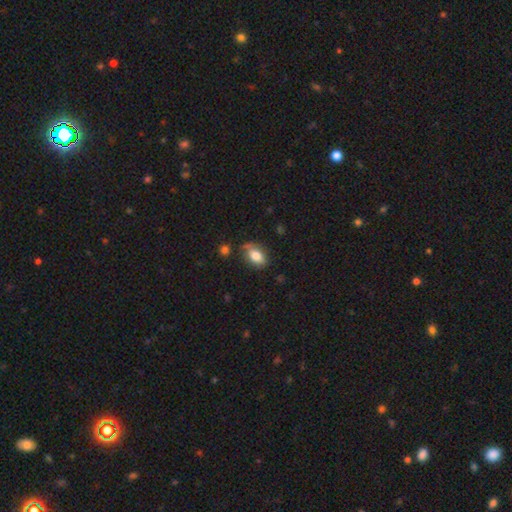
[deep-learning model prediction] smooth_or_featured: smooth (p=0.78) [alt: featured or disk p=0.14]
how_rounded: in between (p=0.86) [alt: round p=0.11]
merging: none (p=0.63) [alt: minor disturbance p=0.25]